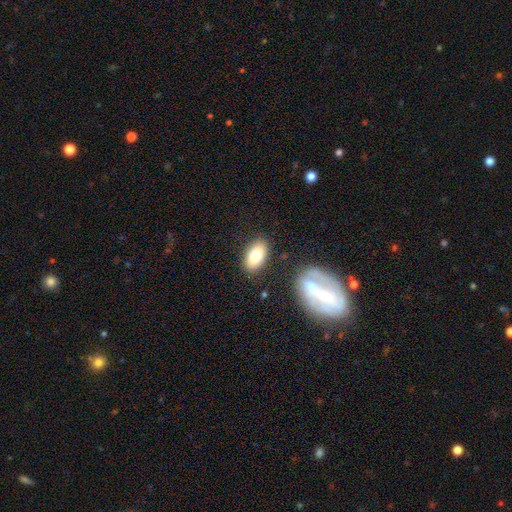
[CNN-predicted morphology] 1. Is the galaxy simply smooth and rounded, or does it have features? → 77% smooth, 16% featured or disk, 7% star or artifact.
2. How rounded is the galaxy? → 92% in between, 6% round, 2% cigar-shaped.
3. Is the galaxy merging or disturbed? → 83% none, 10% minor disturbance, 3% merger, 3% major disturbance.